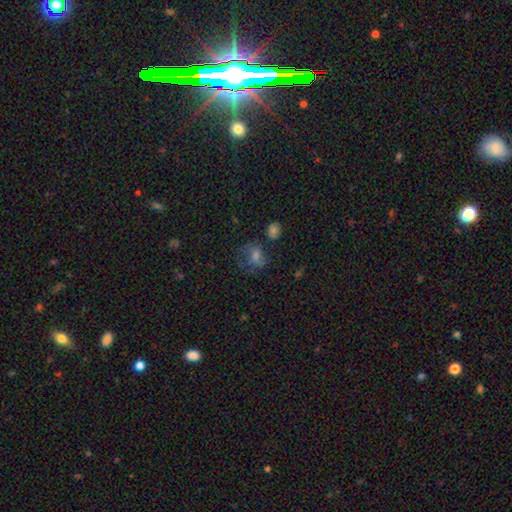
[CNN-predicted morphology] Overall: smooth (44%; featured or disk 31%). Merging: none (54%; minor disturbance 20%).